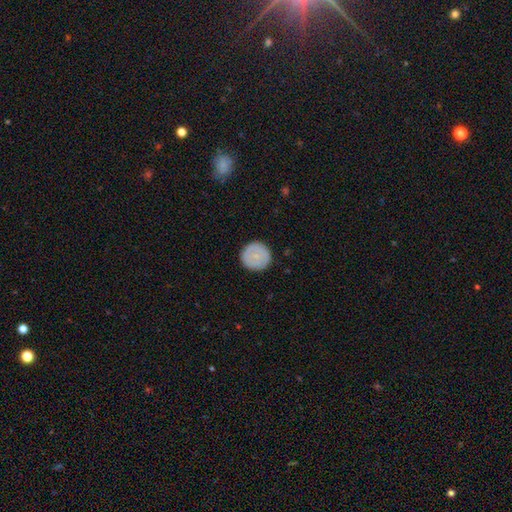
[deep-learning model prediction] This is likely a smooth galaxy (69%). How rounded: clearly round (96%). Merging: clearly none (89%).